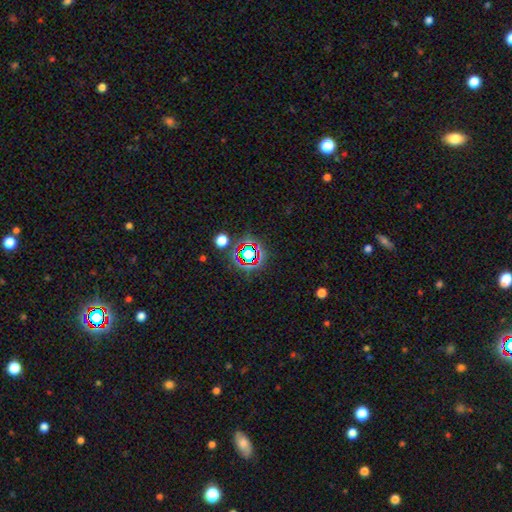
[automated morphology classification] A star or artifact, not a galaxy (67%).